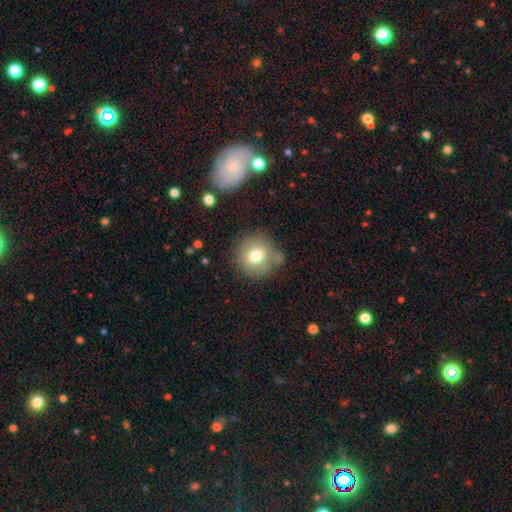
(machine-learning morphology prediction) A smooth galaxy with no disk features (74%) that is round (90%). Merging: none (72%).